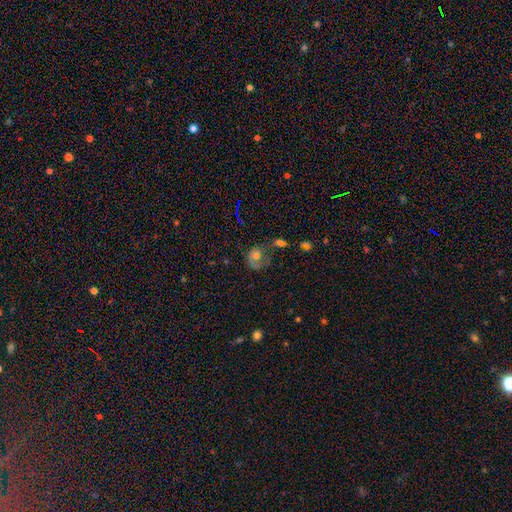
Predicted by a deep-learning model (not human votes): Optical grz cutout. It shows a smooth galaxy with no disk features (45%). Merging: major disturbance (34%).